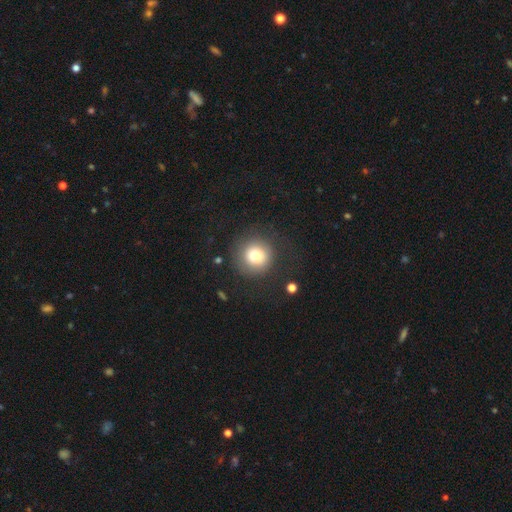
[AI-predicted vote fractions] This appears to be a smooth galaxy with no disk features (75%) that is round (94%). Merging: none (81%).